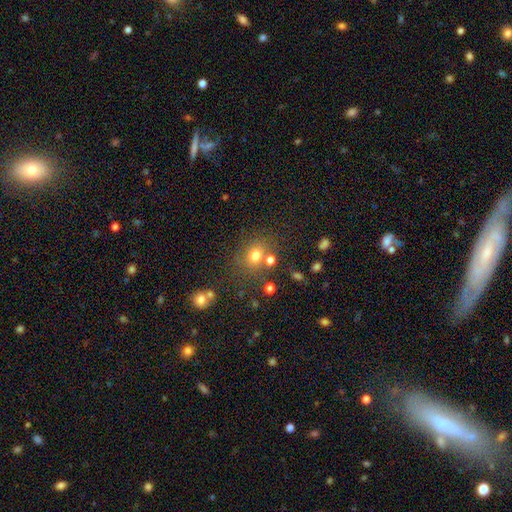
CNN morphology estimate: smooth-or-featured: smooth: 73% | star or artifact: 16% | featured or disk: 11%
  how-rounded: round: 71% | in between: 28% | cigar-shaped: 1%
  merging: none: 69% | merger: 14% | minor disturbance: 12% | major disturbance: 6%